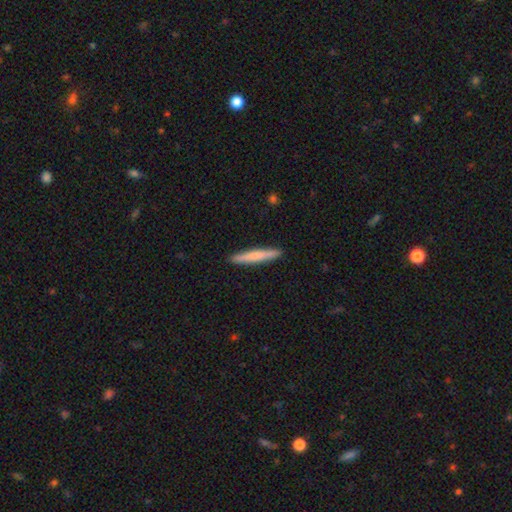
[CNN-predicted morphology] smooth_or_featured: smooth (p=0.69) [alt: featured or disk p=0.26]
how_rounded: cigar-shaped (p=0.95) [alt: in between p=0.03]
merging: none (p=0.92) [alt: minor disturbance p=0.05]